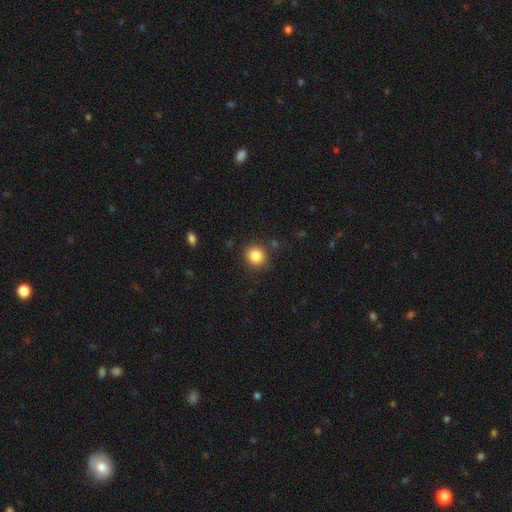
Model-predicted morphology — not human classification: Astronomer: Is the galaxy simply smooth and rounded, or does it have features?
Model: smooth — 85%.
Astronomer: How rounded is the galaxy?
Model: round — 87%.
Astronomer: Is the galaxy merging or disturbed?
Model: none — 87%.